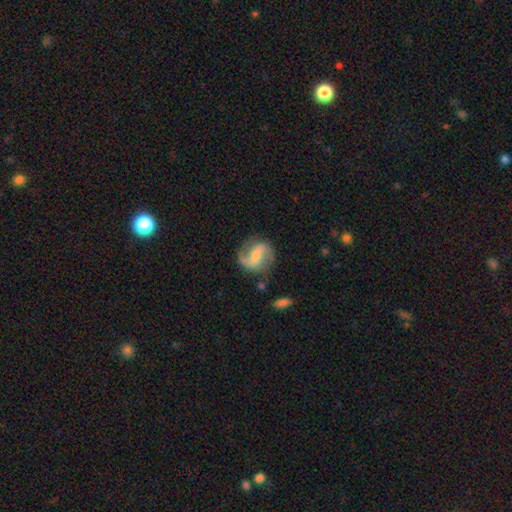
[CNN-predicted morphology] This is likely a featured or disk galaxy (73%). It is clearly not viewed edge-on (97%). Bar: marginally weak (45%). Spiral arm pattern: clearly yes (92%). Spiral arm count: clearly 2 (88%). Spiral winding: possibly loose (48%). Central bulge: marginally small (40%). Merging: likely none (71%).